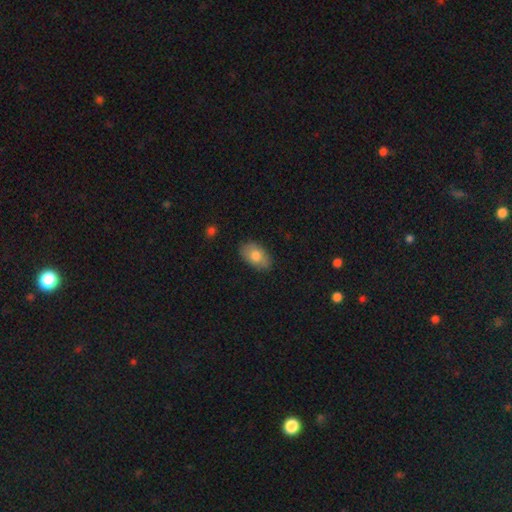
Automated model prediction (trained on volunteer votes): Overall: smooth (78%). How rounded: in between (91%). Merging: none (84%).